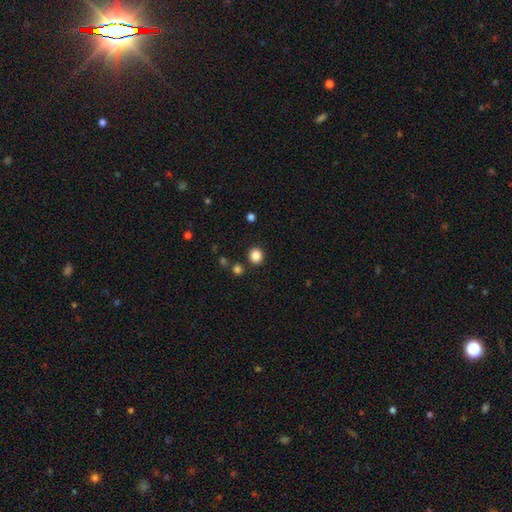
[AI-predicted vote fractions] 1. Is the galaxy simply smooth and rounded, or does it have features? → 86% smooth, 11% star or artifact, 3% featured or disk.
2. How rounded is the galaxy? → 88% round, 11% in between, 1% cigar-shaped.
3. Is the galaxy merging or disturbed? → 88% none, 6% minor disturbance, 3% merger, 2% major disturbance.